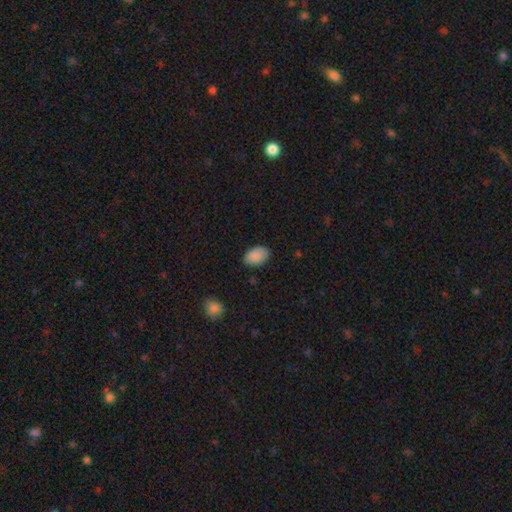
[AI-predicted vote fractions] This appears to be a smooth galaxy with no disk features (89%) that is in between round and cigar-shaped (89%). Merging: none (83%).